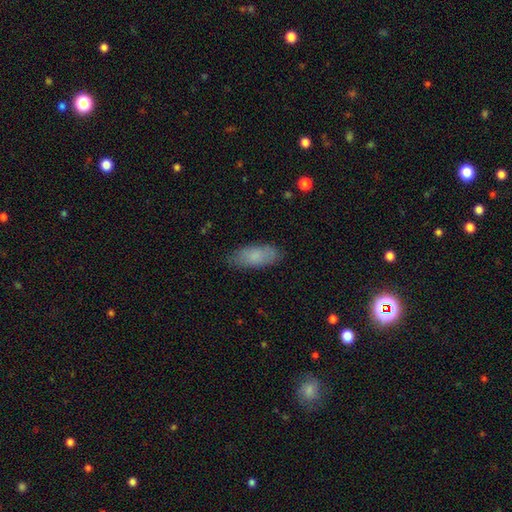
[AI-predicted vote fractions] Smooth or featured?
  - smooth: 81% *
  - featured or disk: 13%
  - star or artifact: 7%
How rounded?
  - in between: 81% *
  - cigar-shaped: 17%
  - round: 2%
Merging?
  - none: 81% *
  - minor disturbance: 15%
  - major disturbance: 3%
  - merger: 1%